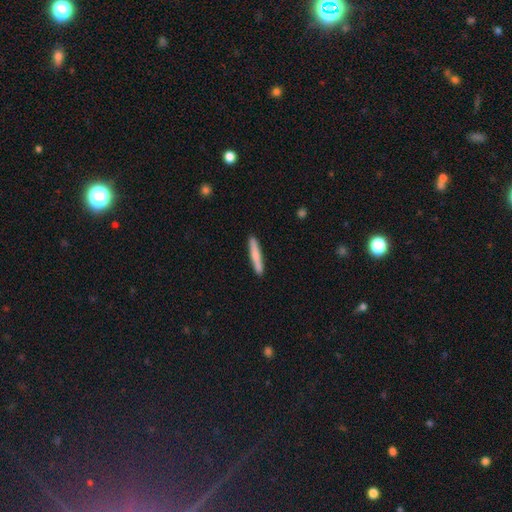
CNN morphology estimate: A smooth galaxy with no disk features (71%) that is cigar-shaped (95%). Merging: none (90%).